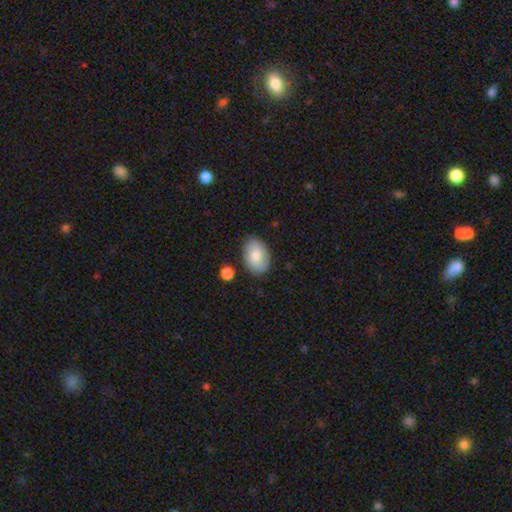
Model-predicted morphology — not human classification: This appears to be a smooth galaxy with no disk features (74%) that is in between round and cigar-shaped (86%). Merging: none (81%).